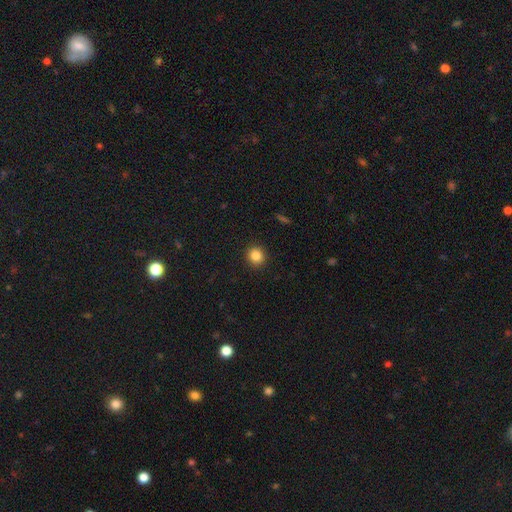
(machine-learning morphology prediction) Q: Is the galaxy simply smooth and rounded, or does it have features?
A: smooth — 85%.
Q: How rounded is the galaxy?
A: round — 89%.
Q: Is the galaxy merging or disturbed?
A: none — 92%.